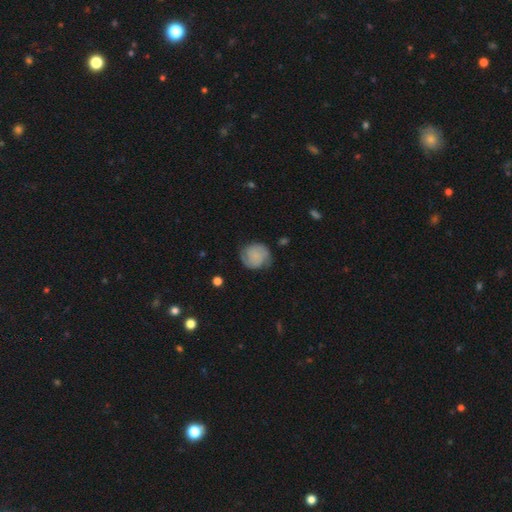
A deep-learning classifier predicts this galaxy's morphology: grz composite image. It shows a featured or disk galaxy (47%). Merging: none (74%).